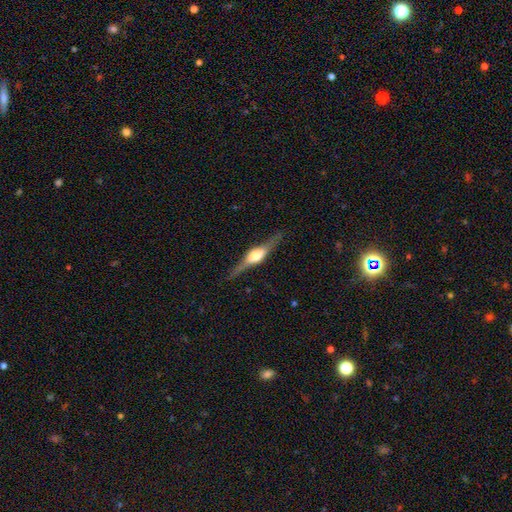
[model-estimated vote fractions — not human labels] Smooth or featured?
  - featured or disk: 78% *
  - smooth: 16%
  - star or artifact: 6%
Edge-on disk?
  - yes: 97% *
  - no: 3%
Edge-on bulge?
  - rounded: 88% *
  - boxy: 10%
  - none: 2%
Merging?
  - none: 85% *
  - minor disturbance: 10%
  - major disturbance: 3%
  - merger: 1%